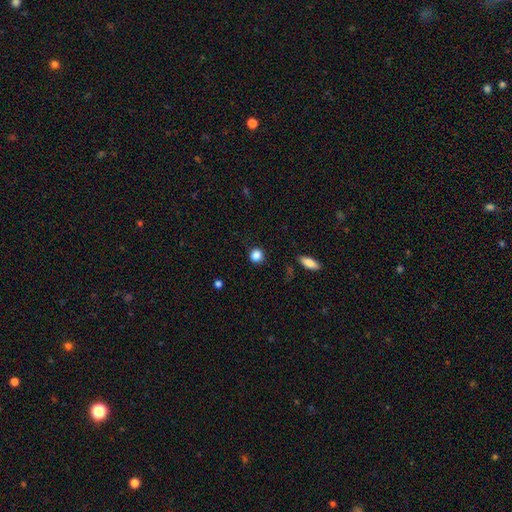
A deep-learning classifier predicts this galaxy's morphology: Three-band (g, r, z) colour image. It shows a smooth galaxy with no disk features (87%) that is round (91%). Merging: none (90%).